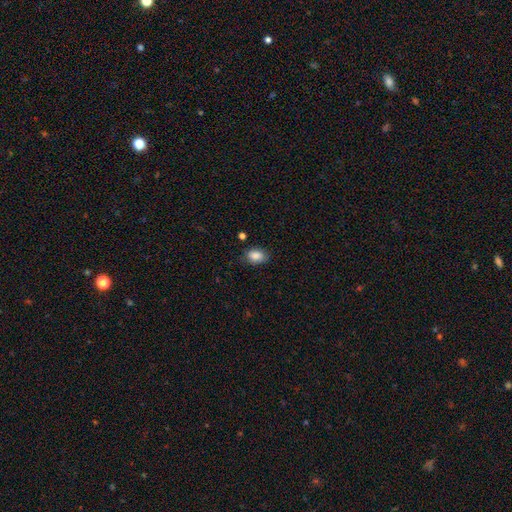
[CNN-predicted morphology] smooth_or_featured: smooth (p=0.86) [alt: star or artifact p=0.08]
how_rounded: in between (p=0.83) [alt: round p=0.16]
merging: none (p=0.77) [alt: minor disturbance p=0.17]